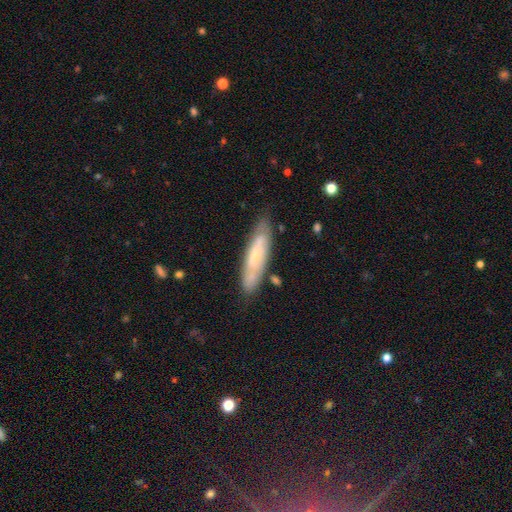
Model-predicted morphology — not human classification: The model was most divided on "smooth or featured": smooth: 48%, featured or disk: 46%, star or artifact: 6%. More confident: merging — none (76%).